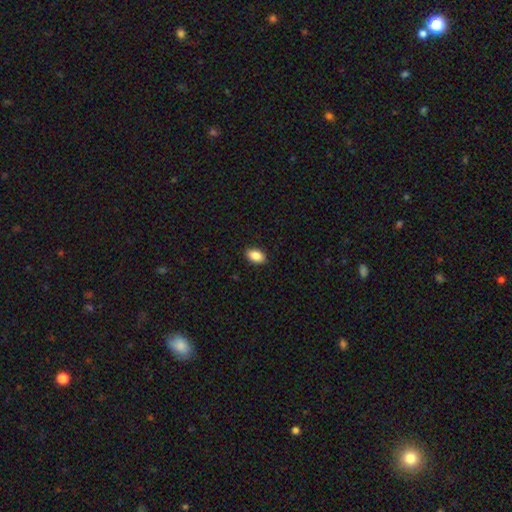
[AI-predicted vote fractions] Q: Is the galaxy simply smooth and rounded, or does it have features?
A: smooth — 88%.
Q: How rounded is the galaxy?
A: in between — 91%.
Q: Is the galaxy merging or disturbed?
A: none — 90%.